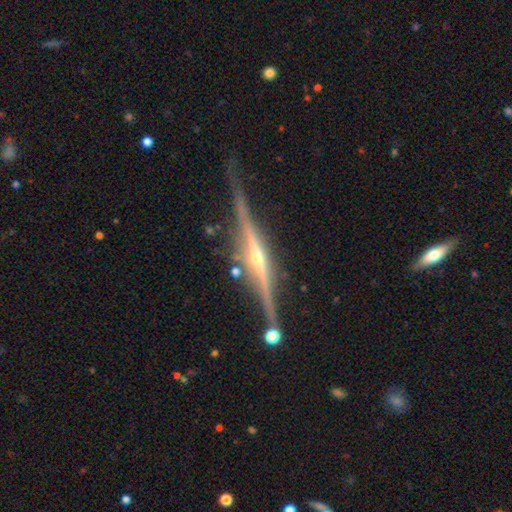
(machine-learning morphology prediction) A featured or disk galaxy (89%) viewed edge-on (98%) with a rounded central bulge (81%).

Vote fractions:
- Smooth or featured? featured or disk: 89% / star or artifact: 6% / smooth: 5%
- Edge-on disk? yes: 98% / no: 2%
- Edge-on bulge? rounded: 81% / none: 12% / boxy: 7%
- Merging? none: 80% / minor disturbance: 13% / merger: 3% / major disturbance: 3%